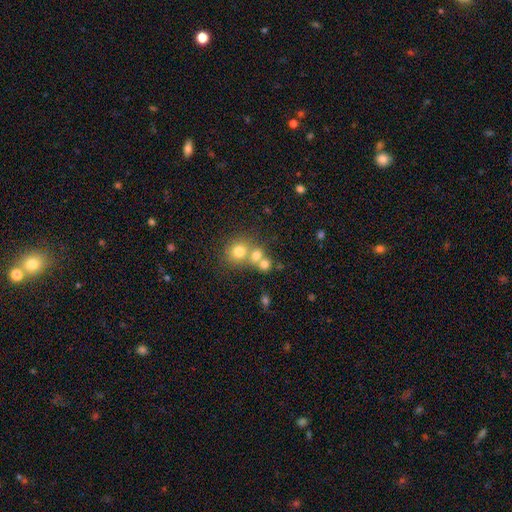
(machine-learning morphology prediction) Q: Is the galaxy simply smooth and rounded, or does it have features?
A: smooth — 68%.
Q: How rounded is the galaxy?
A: round — 80%.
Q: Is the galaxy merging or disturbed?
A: merger — 45%.